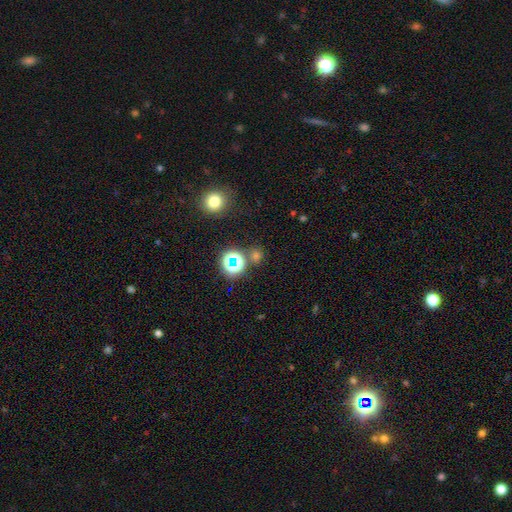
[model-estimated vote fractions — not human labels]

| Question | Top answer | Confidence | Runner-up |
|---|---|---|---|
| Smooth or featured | smooth | 47% | star or artifact (46%) |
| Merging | none | 78% | merger (9%) |